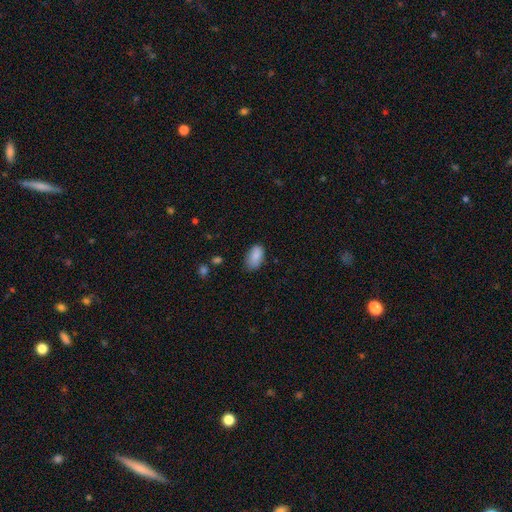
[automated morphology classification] Overall: smooth (87%). How rounded: in between (93%). Merging: none (71%).